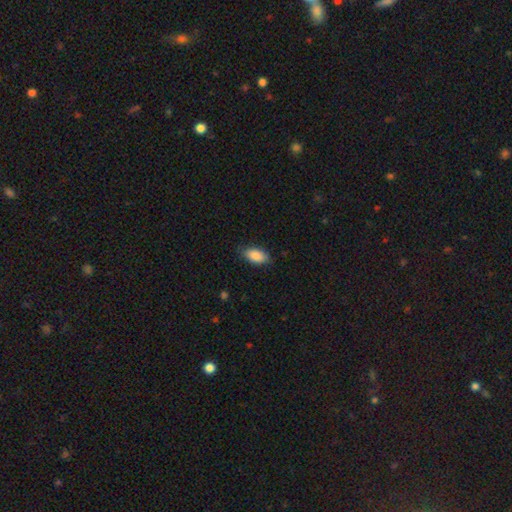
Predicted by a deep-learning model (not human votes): This is clearly a smooth galaxy (87%). How rounded: clearly in between (92%). Merging: clearly none (81%).